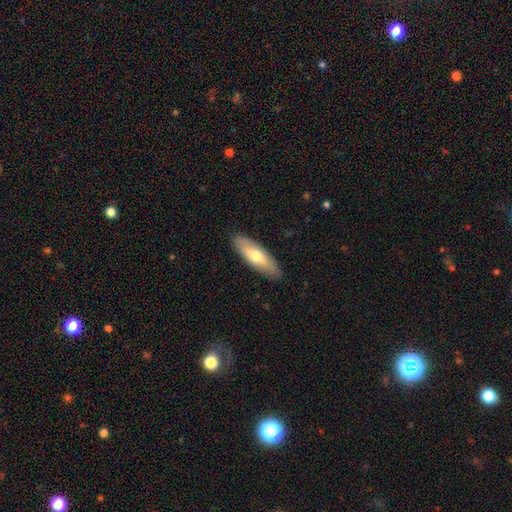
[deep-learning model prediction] Smooth or featured: smooth — 64% (featured or disk — 31%)
How rounded: in between — 53% (cigar-shaped — 45%)
Merging: none — 88% (minor disturbance — 9%)